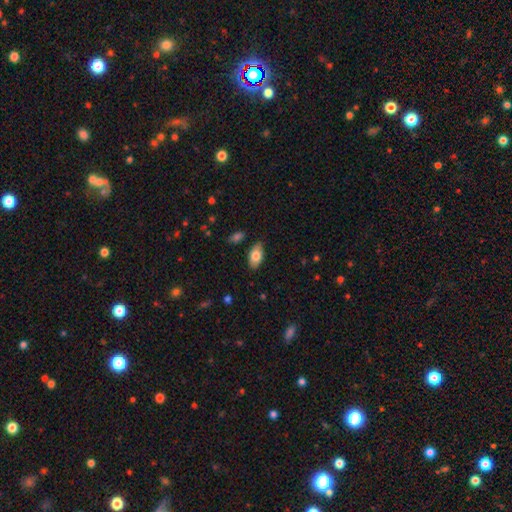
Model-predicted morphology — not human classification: smooth 79%, featured or disk 15%, star or artifact 7%. Down the decision tree: how rounded — in between (93%); merging — none (83%).